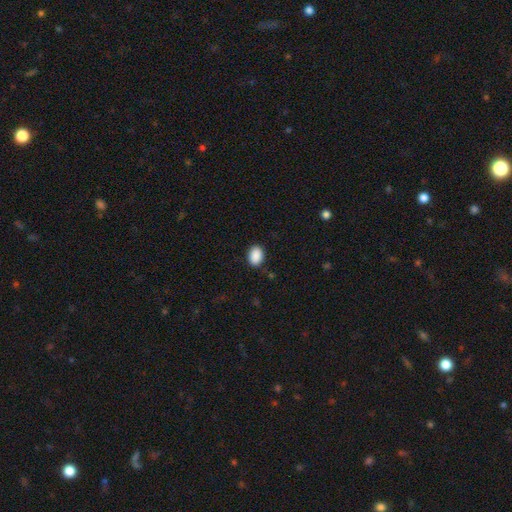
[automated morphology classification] The model was most divided on "how rounded": in between: 78%, round: 21%, cigar-shaped: 1%. More confident: smooth or featured — smooth (90%); merging — none (88%).